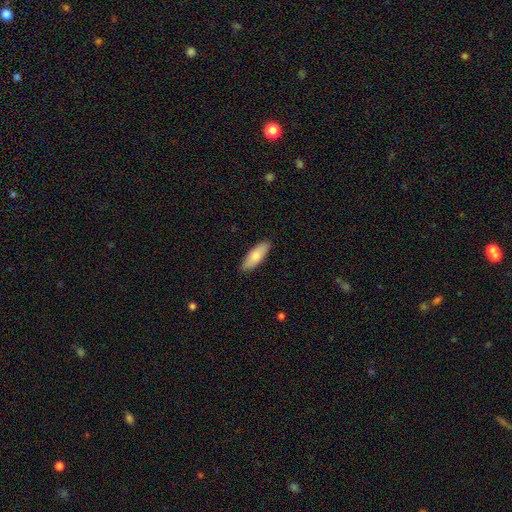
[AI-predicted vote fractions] Smooth or featured?
  - smooth: 79% *
  - featured or disk: 16%
  - star or artifact: 5%
How rounded?
  - in between: 64% *
  - cigar-shaped: 34%
  - round: 2%
Merging?
  - none: 89% *
  - minor disturbance: 9%
  - major disturbance: 2%
  - merger: 1%